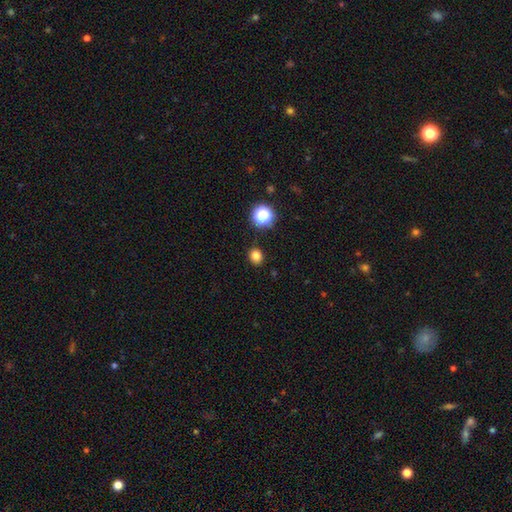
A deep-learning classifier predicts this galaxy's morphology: Smooth or featured?
  - smooth: 80% *
  - star or artifact: 16%
  - featured or disk: 4%
How rounded?
  - round: 73% *
  - in between: 26%
  - cigar-shaped: 1%
Merging?
  - none: 88% *
  - minor disturbance: 8%
  - major disturbance: 2%
  - merger: 2%